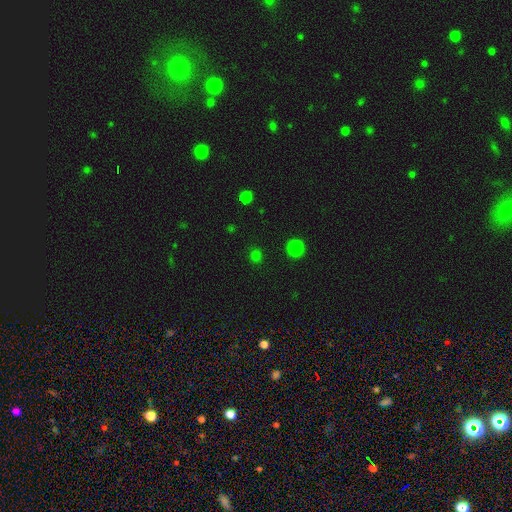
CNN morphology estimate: The model was most divided on "smooth or featured": smooth: 71%, star or artifact: 25%, featured or disk: 4%. More confident: merging — none (89%); how rounded — round (89%).